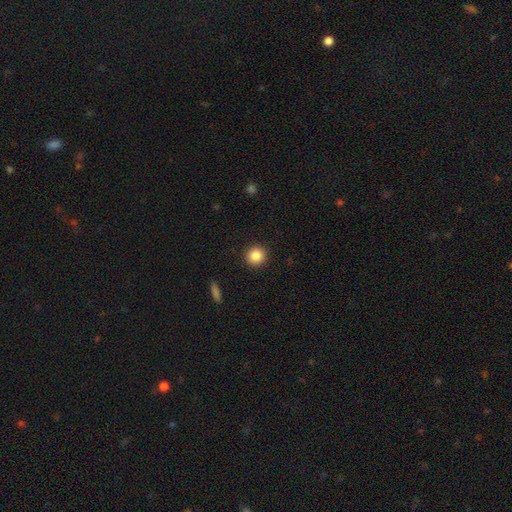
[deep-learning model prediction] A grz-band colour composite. It shows a smooth galaxy with no disk features (85%) that is round (93%). Merging: none (92%).